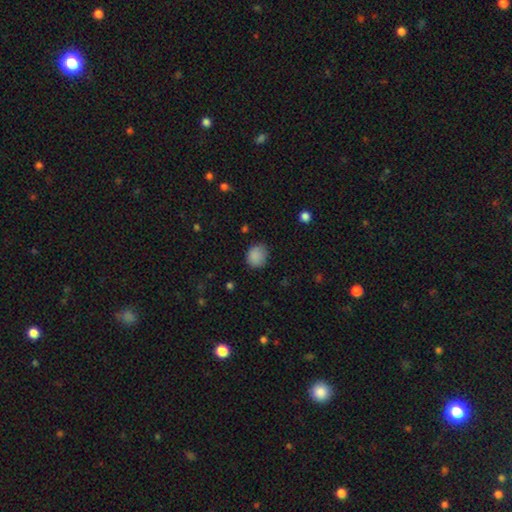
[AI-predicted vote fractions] smooth 87%, star or artifact 9%, featured or disk 4%. Down the decision tree: how rounded — round (73%); merging — none (76%).